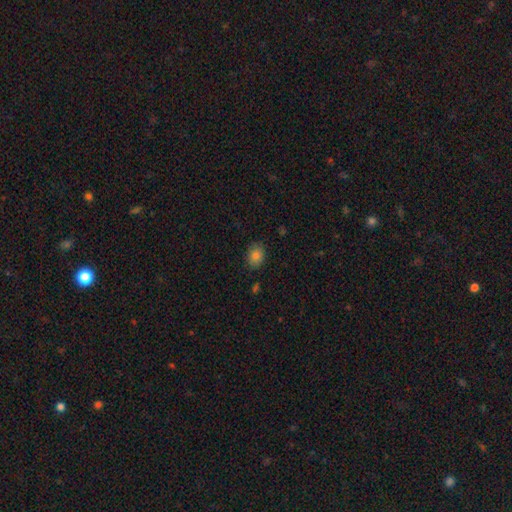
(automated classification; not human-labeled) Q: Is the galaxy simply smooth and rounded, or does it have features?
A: smooth — 83%.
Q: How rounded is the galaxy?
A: in between — 60%.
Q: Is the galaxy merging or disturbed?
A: none — 84%.